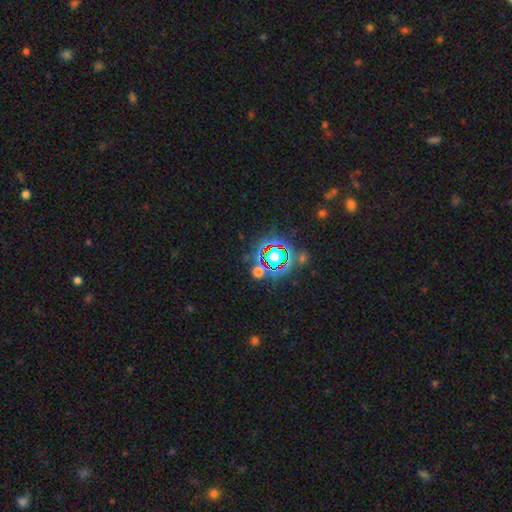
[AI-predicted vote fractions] Q: Smooth or featured?
A: star or artifact (80%); runner-up: smooth (12%)